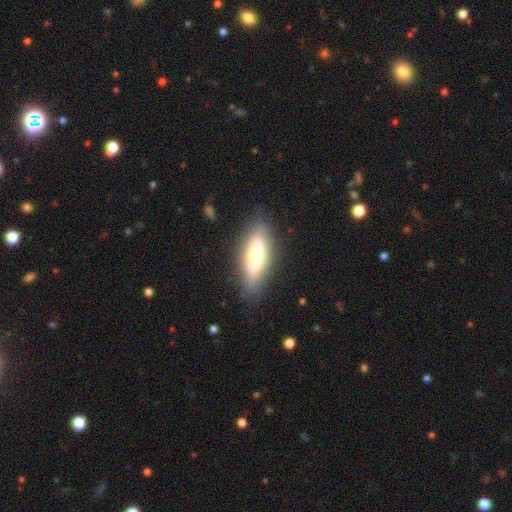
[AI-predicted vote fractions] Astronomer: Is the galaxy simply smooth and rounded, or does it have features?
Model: smooth — 64%.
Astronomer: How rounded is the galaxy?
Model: in between — 64%.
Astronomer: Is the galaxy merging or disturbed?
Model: none — 81%.